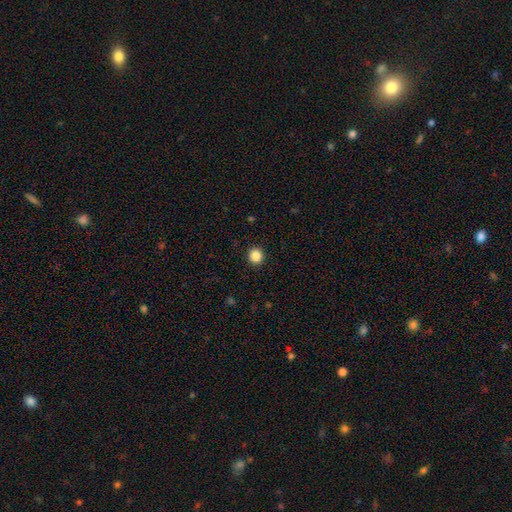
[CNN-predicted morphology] This appears to be a smooth galaxy with no disk features (86%) that is round (91%). Merging: none (93%).